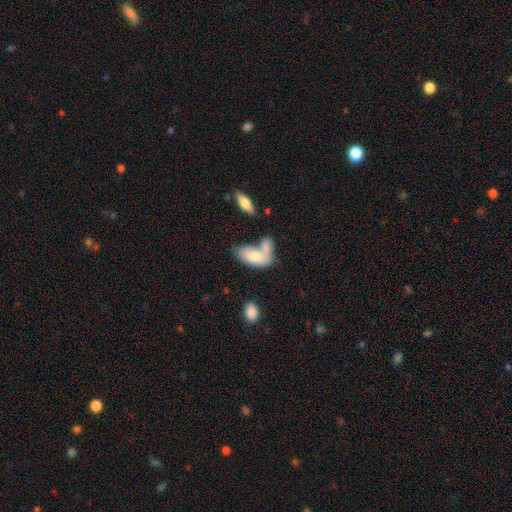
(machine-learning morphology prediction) smooth 72%, featured or disk 21%, star or artifact 6%. Down the decision tree: how rounded — in between (90%); merging — merger (49%).